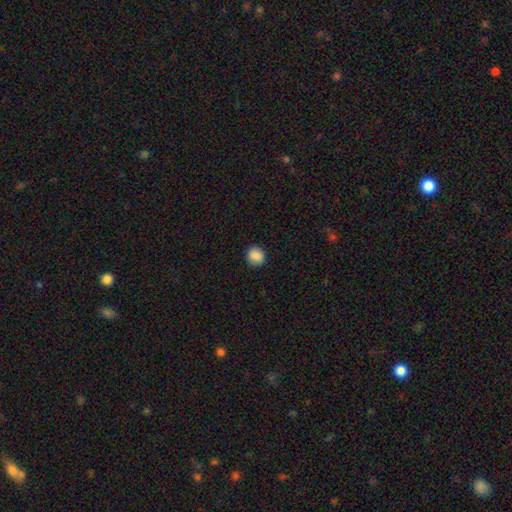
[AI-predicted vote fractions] smooth 87%, star or artifact 9%, featured or disk 4%. Down the decision tree: how rounded — round (87%); merging — none (90%).